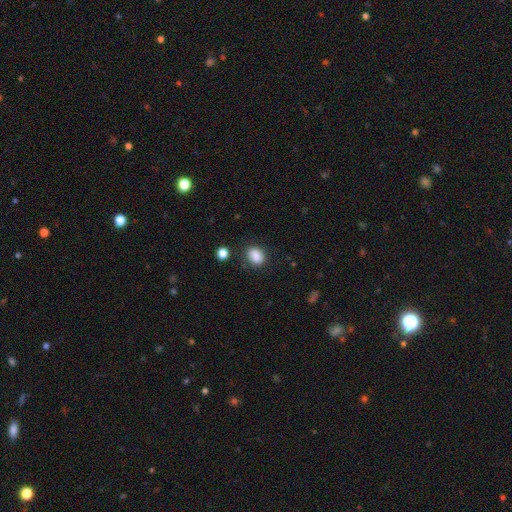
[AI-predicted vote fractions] A smooth galaxy with no disk features (86%) that is in between round and cigar-shaped (58%).

Vote fractions:
- Smooth or featured? smooth: 86% / star or artifact: 10% / featured or disk: 5%
- How rounded? in between: 58% / round: 40% / cigar-shaped: 1%
- Merging? none: 76% / minor disturbance: 16% / major disturbance: 5% / merger: 3%